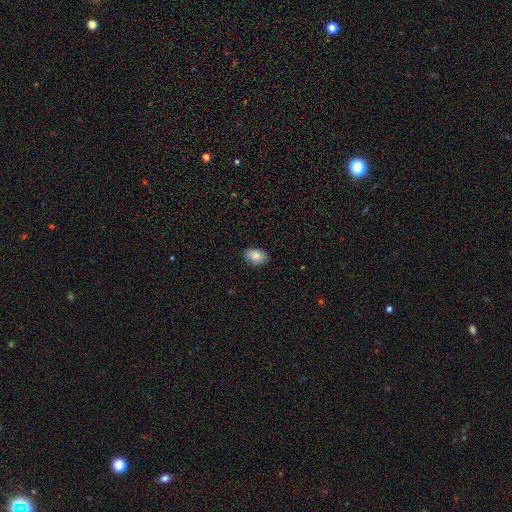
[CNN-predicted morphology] Q: Smooth or featured?
A: smooth (86%); runner-up: star or artifact (7%)
Q: How rounded?
A: in between (87%); runner-up: round (12%)
Q: Merging?
A: none (86%); runner-up: minor disturbance (11%)